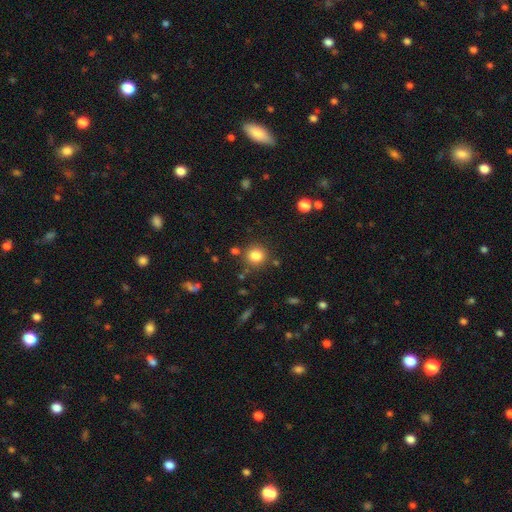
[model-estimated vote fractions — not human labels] smooth 83%, star or artifact 11%, featured or disk 6%. Down the decision tree: how rounded — round (91%); merging — none (84%).